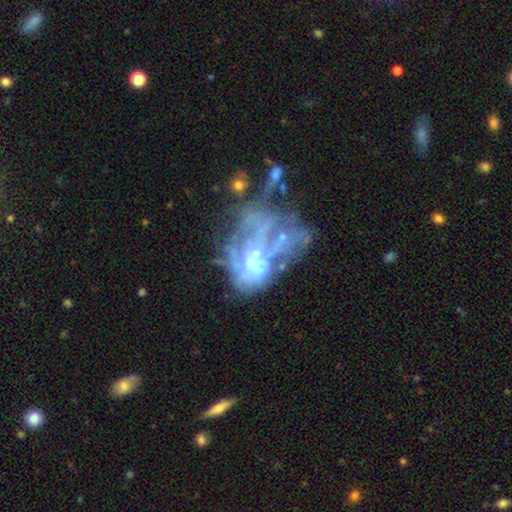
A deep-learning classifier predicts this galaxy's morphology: featured or disk 68%, smooth 16%, star or artifact 16%. Down the decision tree: edge-on disk — no (97%); bar — no (81%); spiral arms — no (77%); bulge size — small (37%); merging — merger (41%).